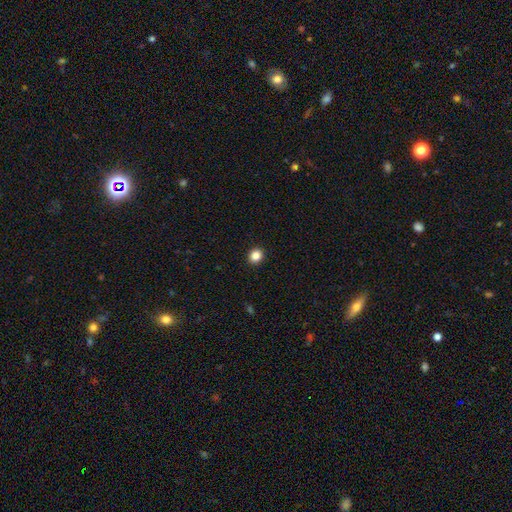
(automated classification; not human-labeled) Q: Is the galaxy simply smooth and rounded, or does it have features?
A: smooth — 85%.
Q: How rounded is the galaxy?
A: round — 75%.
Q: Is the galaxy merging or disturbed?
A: none — 92%.